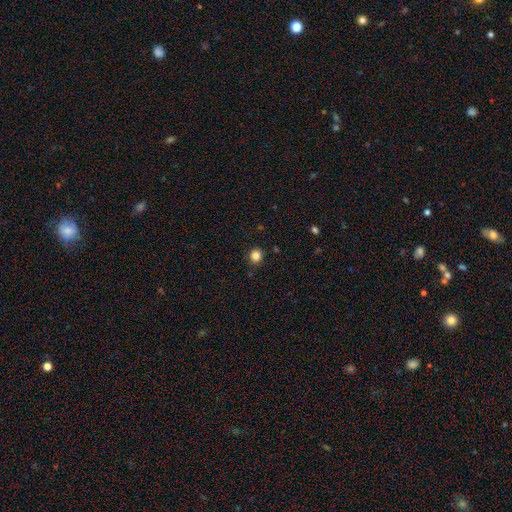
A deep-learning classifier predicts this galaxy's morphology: Smooth or featured: smooth — 85% (star or artifact — 12%)
How rounded: round — 87% (in between — 12%)
Merging: none — 88% (minor disturbance — 8%)